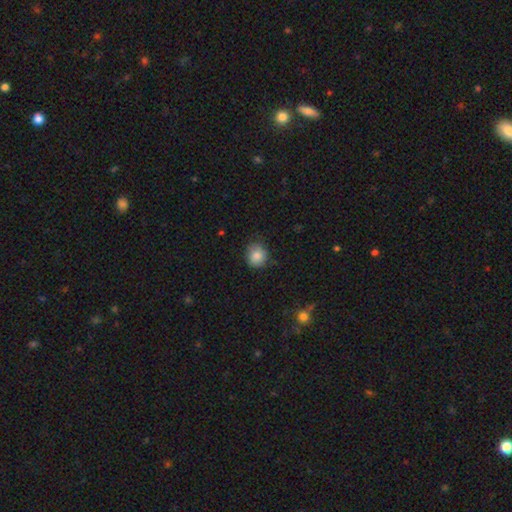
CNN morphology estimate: Overall: smooth (83%). How rounded: round (81%). Merging: none (75%).